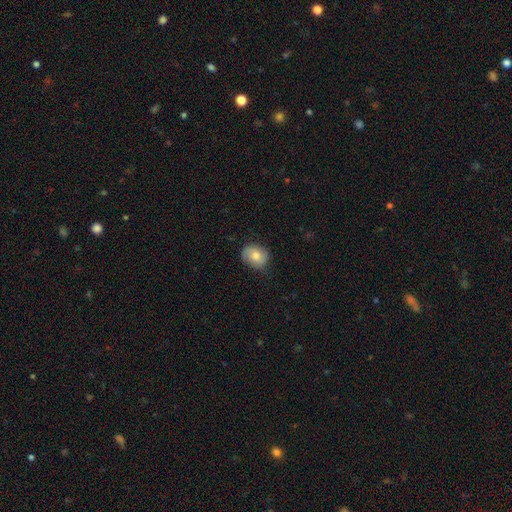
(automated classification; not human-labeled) Smooth or featured? smooth (64%)
How rounded? round (57%)
Merging? none (71%)